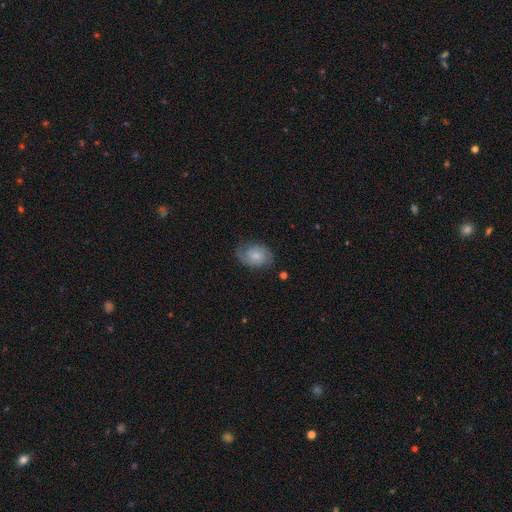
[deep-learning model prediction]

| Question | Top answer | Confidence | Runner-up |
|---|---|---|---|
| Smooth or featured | featured or disk | 57% | smooth (36%) |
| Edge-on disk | no | 97% | yes (3%) |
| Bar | no | 65% | weak (31%) |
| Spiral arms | yes | 90% | no (10%) |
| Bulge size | moderate | 40% | tied: small (40%) |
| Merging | none | 75% | minor disturbance (18%) |